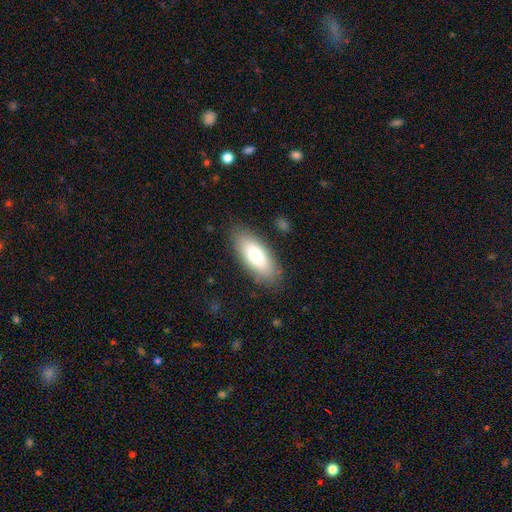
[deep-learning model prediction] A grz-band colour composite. It shows a smooth galaxy with no disk features (74%) that is in between round and cigar-shaped (81%). Merging: none (86%).